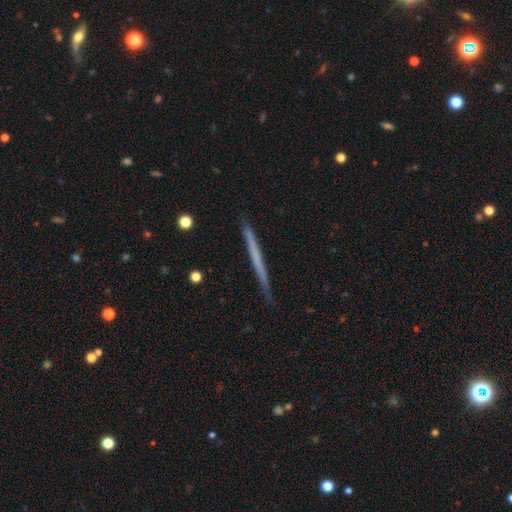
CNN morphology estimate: Smooth or featured? smooth (47%, tied with featured or disk)
Merging? none (89%)